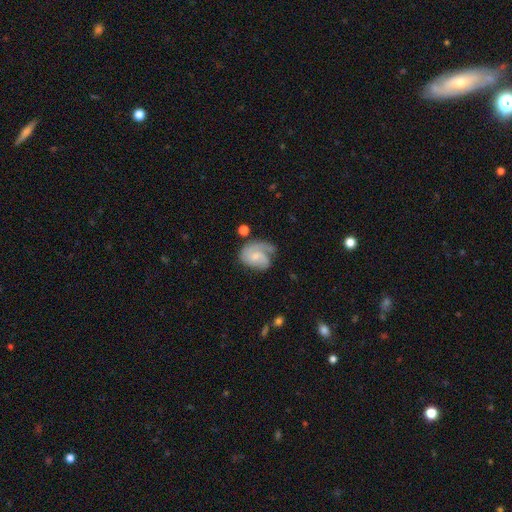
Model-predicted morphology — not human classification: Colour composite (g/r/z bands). It shows a featured or disk galaxy (67%) with no bar (62%), 1 (43%) tight (41%) spiral arms (90%) and a small central bulge (48%). Merging: none (44%).